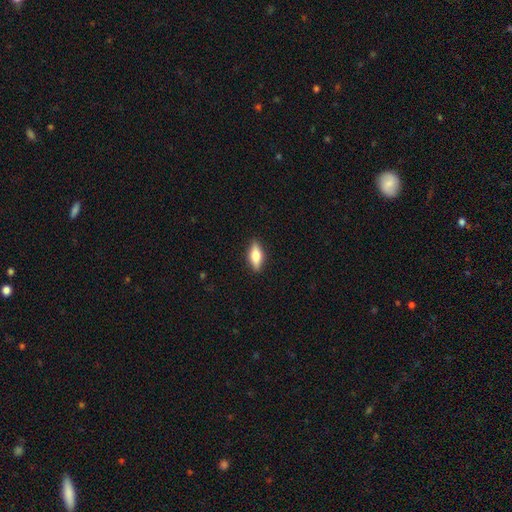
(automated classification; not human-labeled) The model was most divided on "smooth or featured": smooth: 61%, featured or disk: 32%, star or artifact: 7%. More confident: merging — none (88%); how rounded — in between (66%).